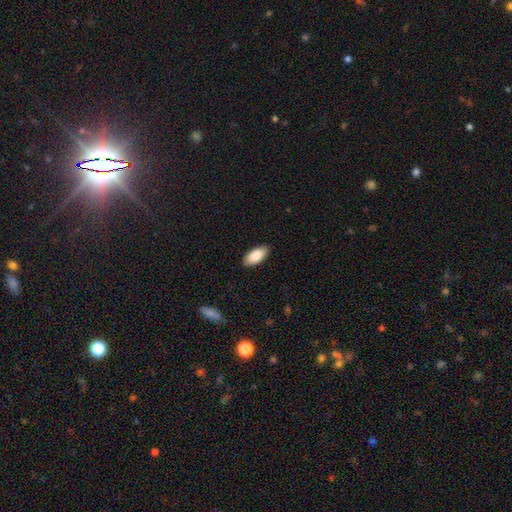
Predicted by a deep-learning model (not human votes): A smooth galaxy with no disk features (88%) that is in between round and cigar-shaped (91%). Merging: none (88%).